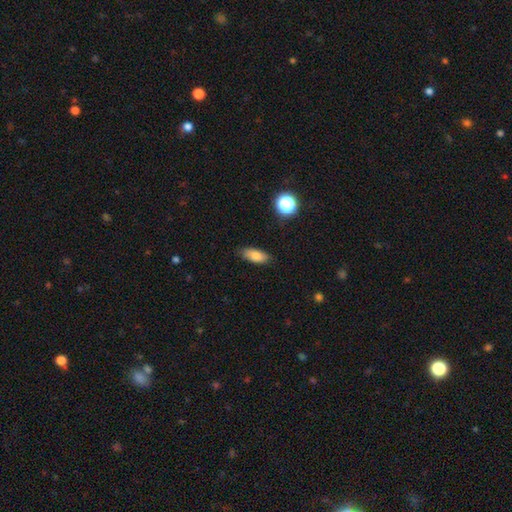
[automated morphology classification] The model was most divided on "how rounded": in between: 82%, cigar-shaped: 14%, round: 4%. More confident: smooth or featured — smooth (83%); merging — none (83%).